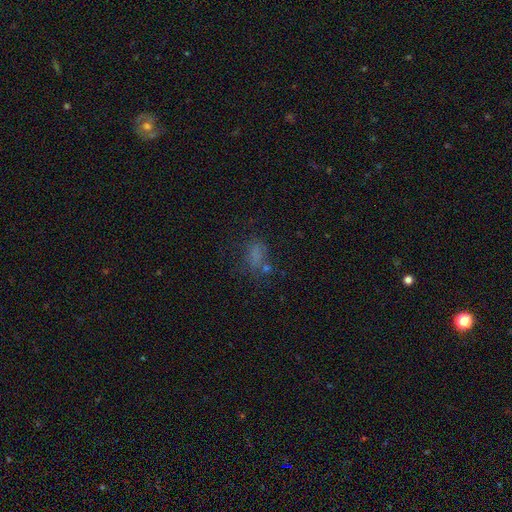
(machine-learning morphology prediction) The model was most divided on "merging": none: 54%, minor disturbance: 20%, major disturbance: 17%, merger: 9%. More confident: how rounded — in between (78%); smooth or featured — smooth (62%).